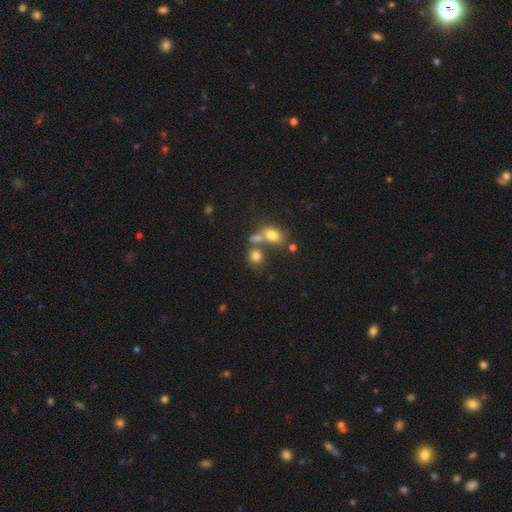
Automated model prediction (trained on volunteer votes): A smooth galaxy with no disk features (76%) that is round (61%).

Vote fractions:
- Smooth or featured? smooth: 76% / star or artifact: 13% / featured or disk: 10%
- How rounded? round: 61% / in between: 38% / cigar-shaped: 2%
- Merging? none: 48% / merger: 34% / minor disturbance: 12% / major disturbance: 6%